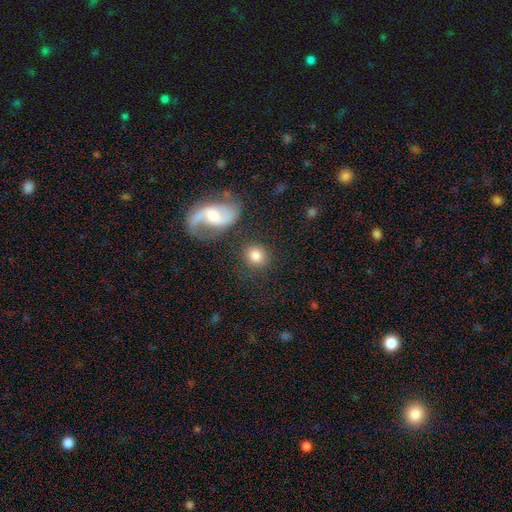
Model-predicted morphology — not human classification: Smooth or featured: smooth — 79% (featured or disk — 13%)
How rounded: round — 82% (in between — 17%)
Merging: none — 78% (minor disturbance — 9%)